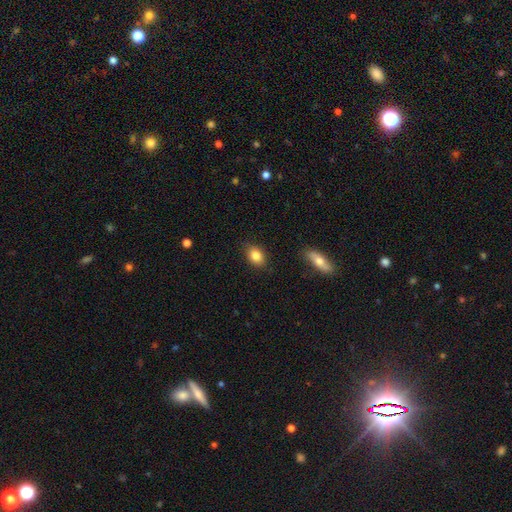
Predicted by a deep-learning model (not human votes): smooth_or_featured: smooth (p=0.84) [alt: featured or disk p=0.08]
how_rounded: in between (p=0.74) [alt: round p=0.24]
merging: none (p=0.85) [alt: minor disturbance p=0.11]